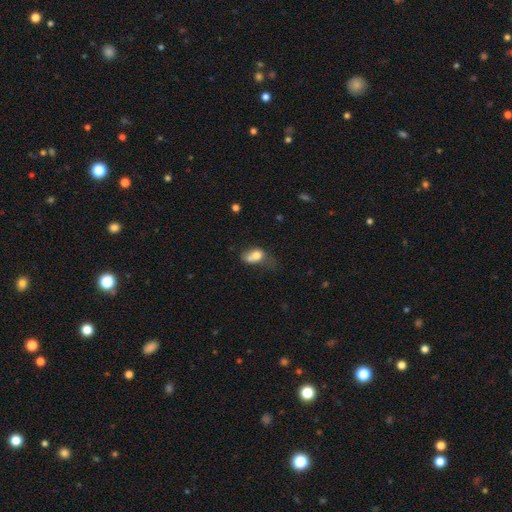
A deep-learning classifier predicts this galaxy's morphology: A smooth galaxy with no disk features (70%) that is in between round and cigar-shaped (68%).

Vote fractions:
- Smooth or featured? smooth: 70% / featured or disk: 20% / star or artifact: 10%
- How rounded? in between: 68% / round: 29% / cigar-shaped: 3%
- Merging? merger: 33% / major disturbance: 26% / minor disturbance: 21% / none: 20%